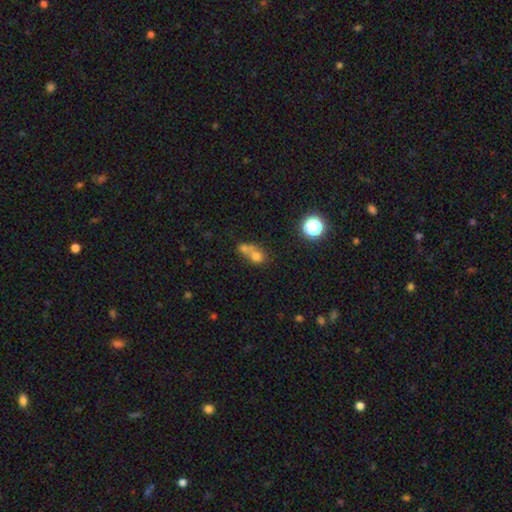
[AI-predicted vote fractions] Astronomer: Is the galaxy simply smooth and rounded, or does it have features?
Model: smooth — 68%.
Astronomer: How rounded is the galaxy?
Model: round — 67%.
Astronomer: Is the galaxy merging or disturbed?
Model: merger — 60%.